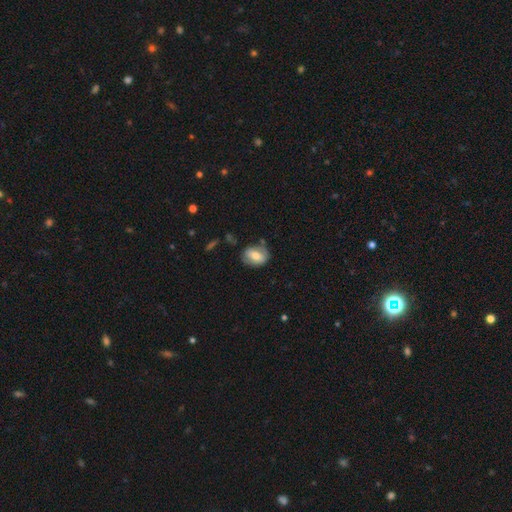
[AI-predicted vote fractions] Smooth or featured?
  - smooth: 63% *
  - featured or disk: 30%
  - star or artifact: 7%
How rounded?
  - in between: 66% *
  - round: 33%
  - cigar-shaped: 2%
Merging?
  - none: 68% *
  - minor disturbance: 21%
  - major disturbance: 6%
  - merger: 5%